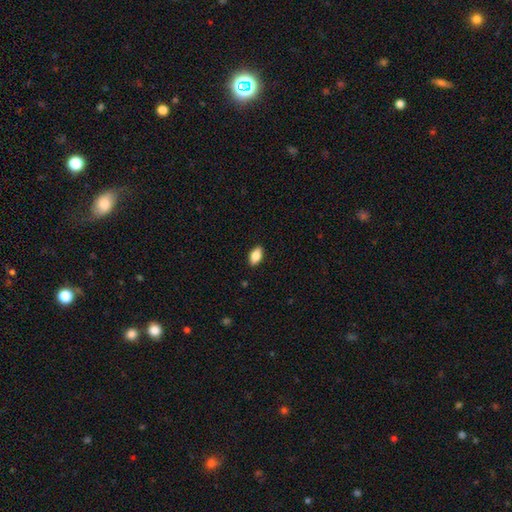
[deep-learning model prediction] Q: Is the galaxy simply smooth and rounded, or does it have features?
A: smooth — 84%.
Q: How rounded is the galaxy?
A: in between — 90%.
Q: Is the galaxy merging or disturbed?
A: none — 89%.